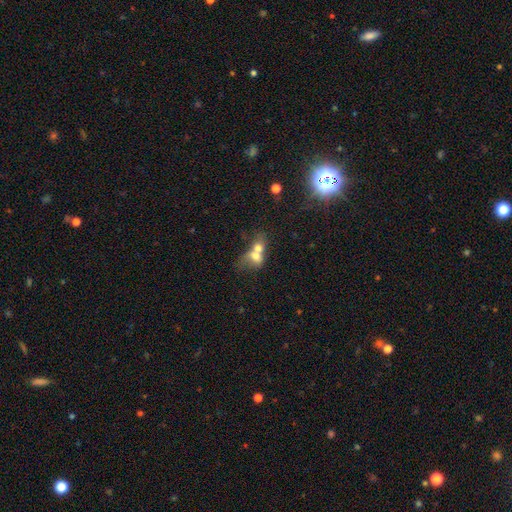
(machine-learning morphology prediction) Smooth or featured? Predicted: smooth (p=0.64). How rounded? Predicted: in between (p=0.56). Merging? Predicted: merger (p=0.77).